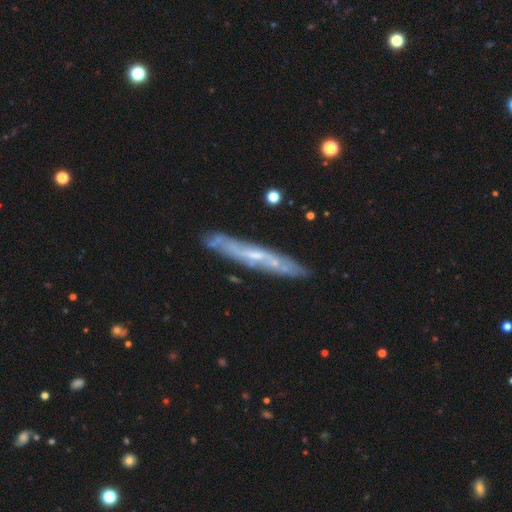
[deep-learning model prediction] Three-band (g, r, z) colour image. It shows a featured or disk galaxy (69%) viewed edge-on (72%) with no central bulge (64%). Merging: none (83%).